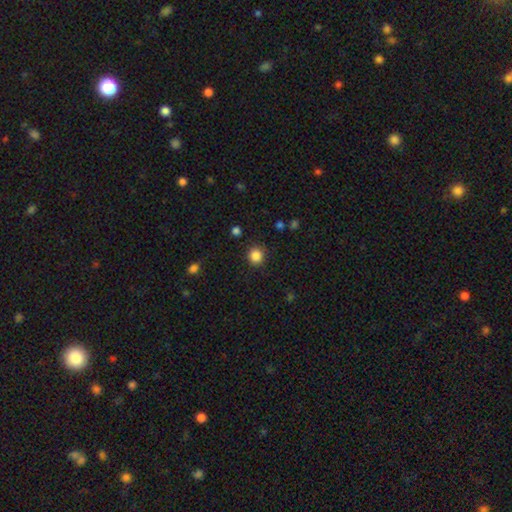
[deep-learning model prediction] Smooth or featured: smooth — 85% (star or artifact — 11%)
How rounded: round — 90% (in between — 9%)
Merging: none — 89% (minor disturbance — 7%)